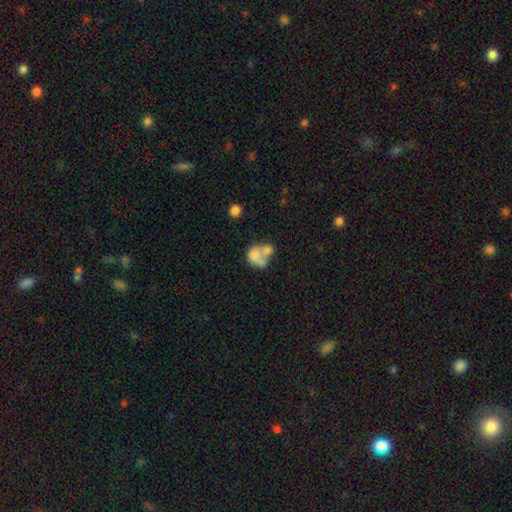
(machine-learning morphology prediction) smooth 67%, featured or disk 23%, star or artifact 10%. Down the decision tree: how rounded — round (49%, tied with in between); merging — merger (62%).